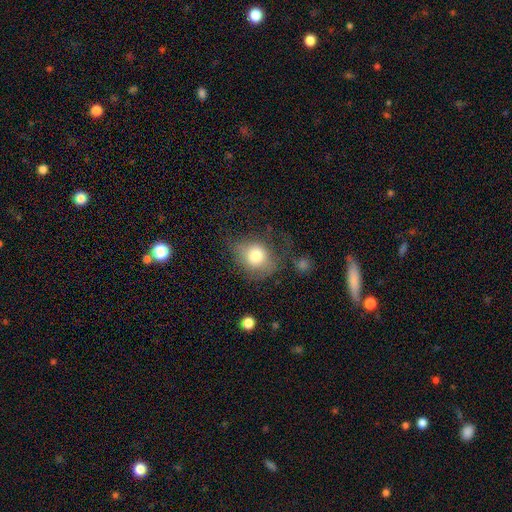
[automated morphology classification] This is likely a smooth galaxy (74%). How rounded: likely round (63%). Merging: marginally none (42%).